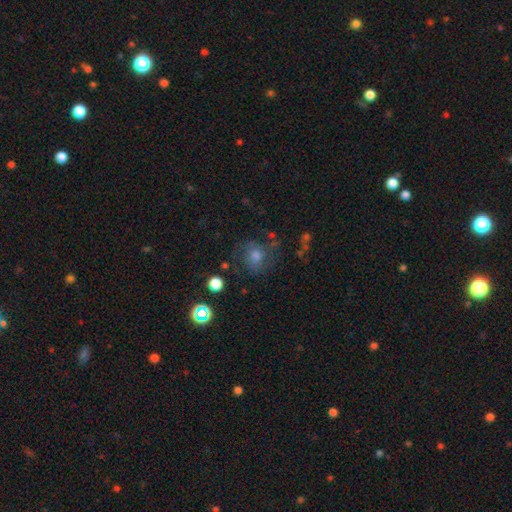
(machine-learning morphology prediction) Q: Smooth or featured?
A: featured or disk (43%); runner-up: smooth (35%)
Q: Merging?
A: none (67%); runner-up: minor disturbance (18%)